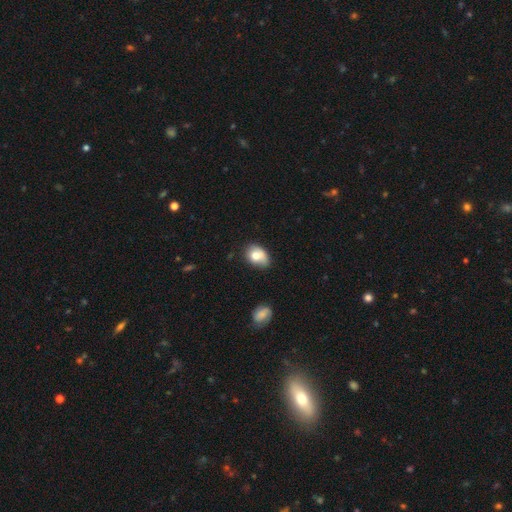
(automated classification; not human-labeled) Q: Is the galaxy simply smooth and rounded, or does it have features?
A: smooth — 75%.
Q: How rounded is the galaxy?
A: in between — 69%.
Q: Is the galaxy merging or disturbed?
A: none — 49%.